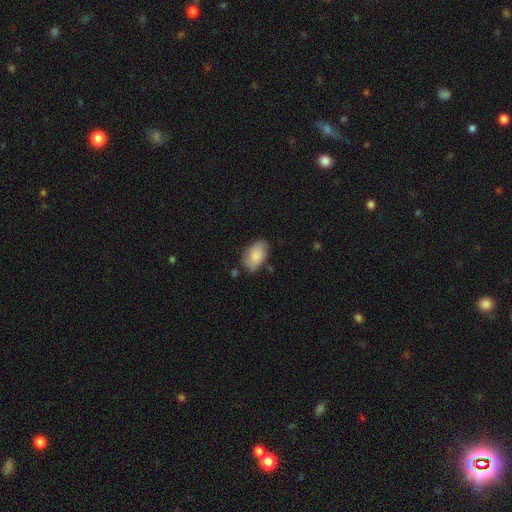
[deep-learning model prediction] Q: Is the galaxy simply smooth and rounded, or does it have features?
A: smooth — 81%.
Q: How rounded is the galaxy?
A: in between — 92%.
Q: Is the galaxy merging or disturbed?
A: none — 70%.